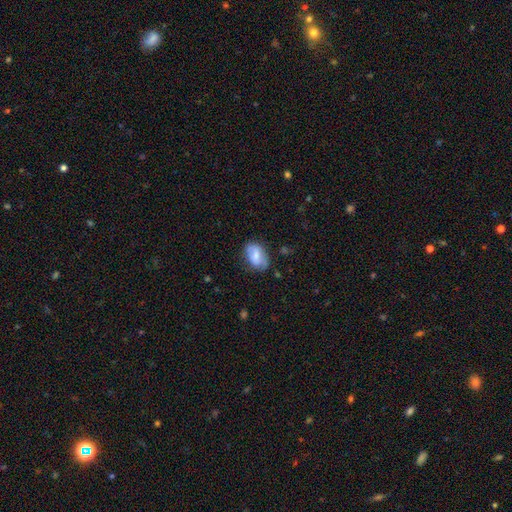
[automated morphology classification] This appears to be a smooth galaxy with no disk features (60%) that is in between round and cigar-shaped (86%). Merging: none (66%).